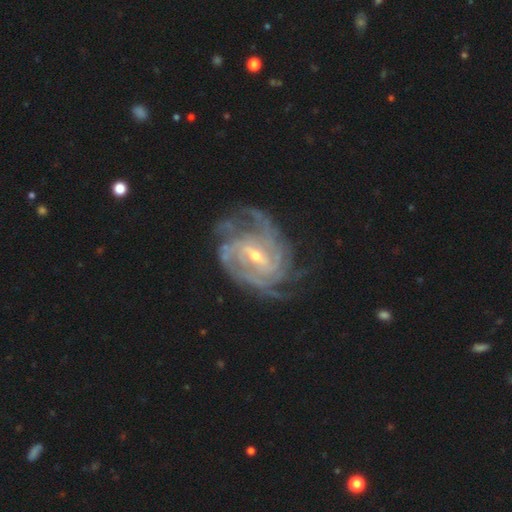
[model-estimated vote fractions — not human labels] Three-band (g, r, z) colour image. It shows a featured or disk galaxy (92%) with a weak bar (46%), tight (59%) spiral arms (98%) and a small central bulge (61%). Merging: none (67%).